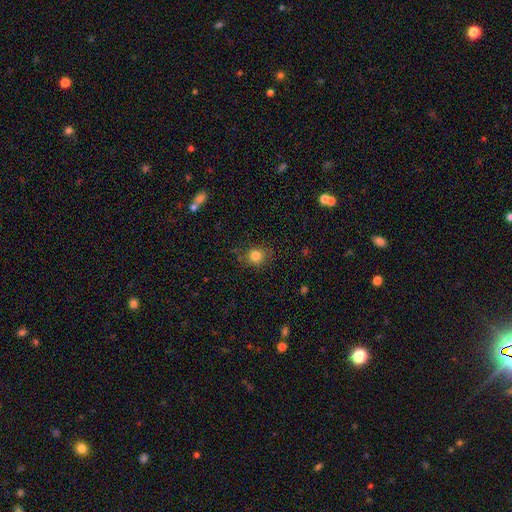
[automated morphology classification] Smooth or featured: smooth — 82% (star or artifact — 12%)
How rounded: round — 82% (in between — 17%)
Merging: none — 83% (minor disturbance — 12%)